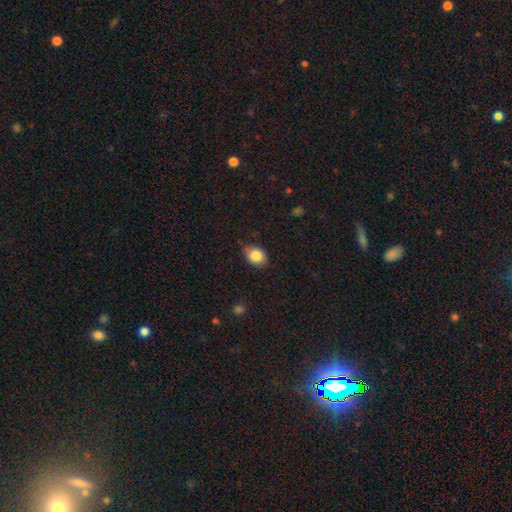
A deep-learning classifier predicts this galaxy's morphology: Smooth or featured: smooth — 84% (star or artifact — 9%)
How rounded: in between — 51% (round — 48%)
Merging: none — 69% (minor disturbance — 25%)